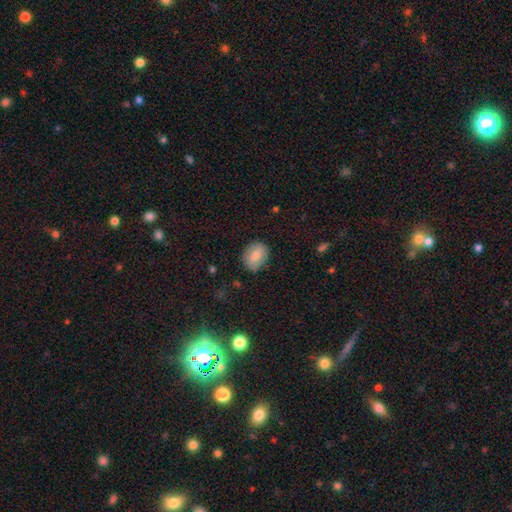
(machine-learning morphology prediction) type=smooth (81%); roundness=in between (60%); merging=none (81%).